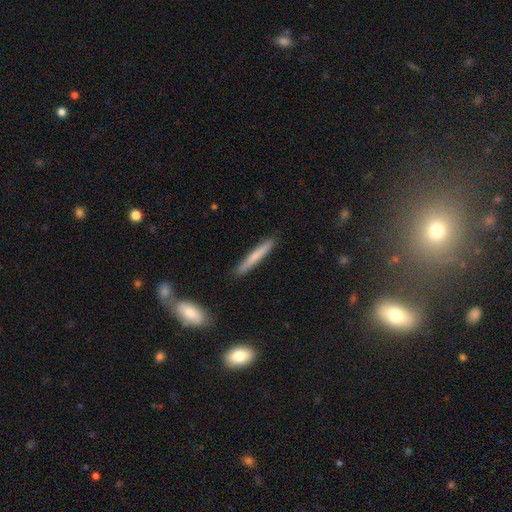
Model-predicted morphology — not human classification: smooth-or-featured: smooth: 68% | featured or disk: 26% | star or artifact: 6%
  how-rounded: cigar-shaped: 95% | in between: 4% | round: 1%
  merging: none: 89% | minor disturbance: 7% | merger: 2% | major disturbance: 2%